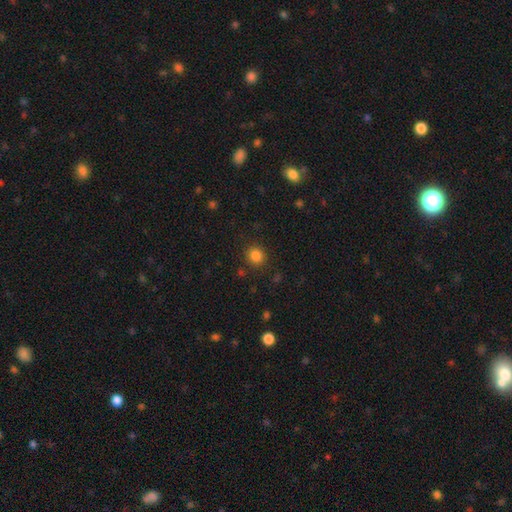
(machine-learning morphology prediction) Smooth or featured: smooth — 84% (star or artifact — 12%)
How rounded: round — 86% (in between — 13%)
Merging: none — 88% (minor disturbance — 7%)